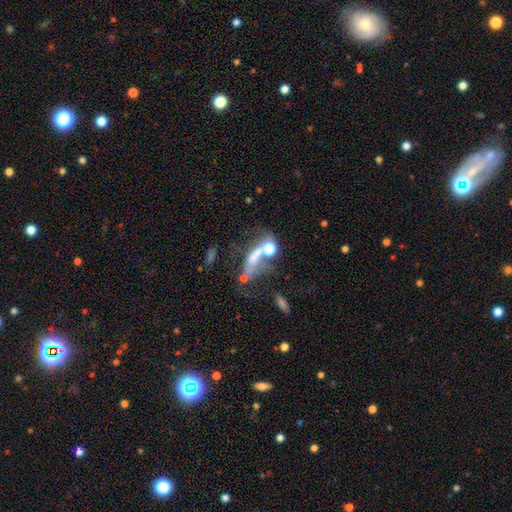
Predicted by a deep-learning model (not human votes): Smooth or featured? smooth (41%)
Merging? merger (41%)